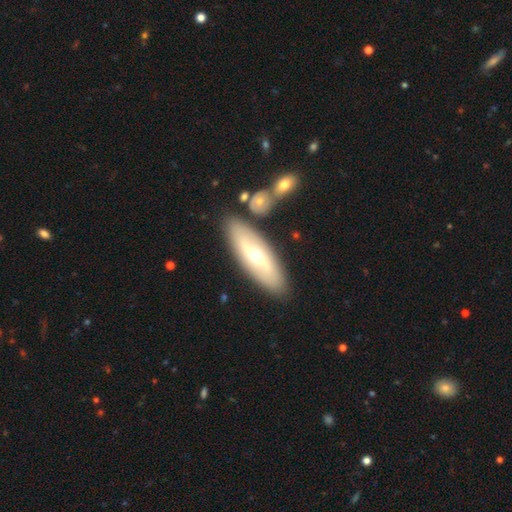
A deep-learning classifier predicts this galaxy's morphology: featured or disk 59%, smooth 36%, star or artifact 6%. Down the decision tree: edge-on disk — no (75%); merging — none (83%).